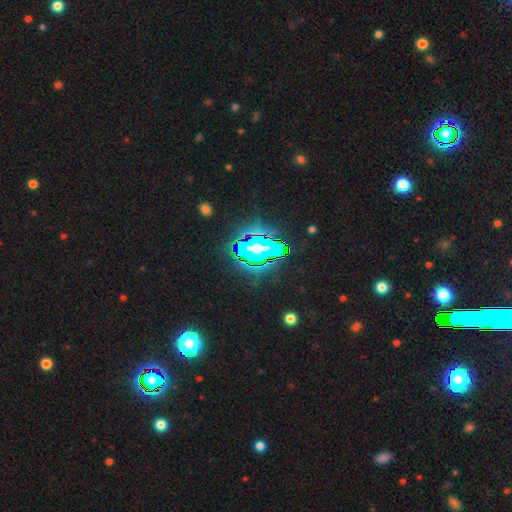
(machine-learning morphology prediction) Smooth or featured: star or artifact — 81% (smooth — 11%)